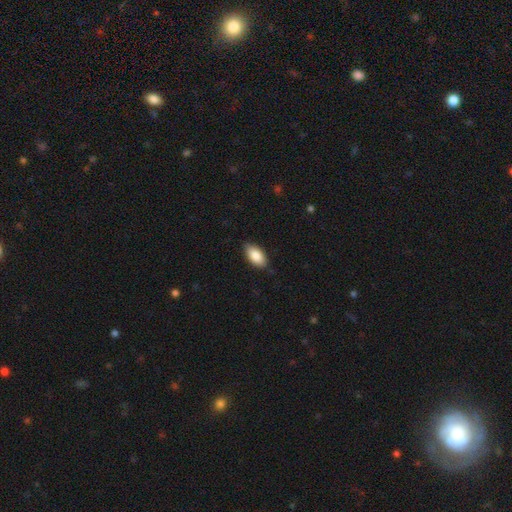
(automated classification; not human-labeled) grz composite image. It shows a smooth galaxy with no disk features (86%) that is in between round and cigar-shaped (93%). Merging: none (83%).